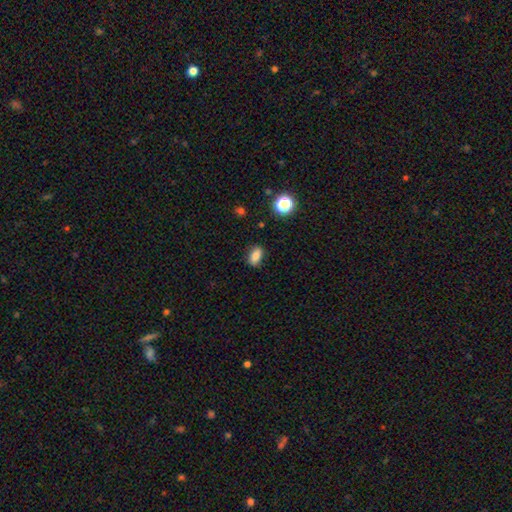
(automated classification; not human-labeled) This is clearly a smooth galaxy (82%). How rounded: clearly in between (82%). Merging: clearly none (84%).